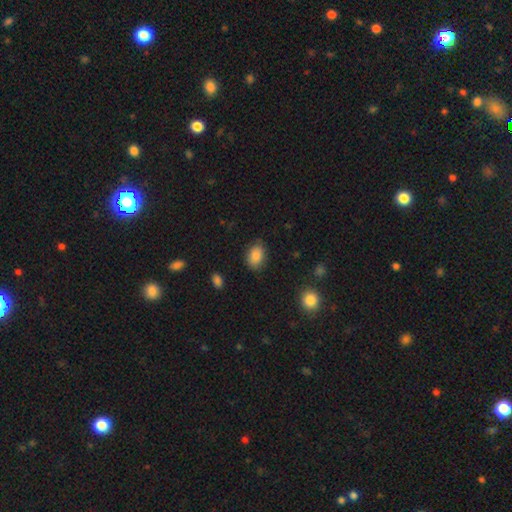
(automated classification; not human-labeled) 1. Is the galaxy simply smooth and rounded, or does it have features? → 86% smooth, 8% star or artifact, 6% featured or disk.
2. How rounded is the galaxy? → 82% in between, 16% round, 1% cigar-shaped.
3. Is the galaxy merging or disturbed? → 79% none, 16% minor disturbance, 3% major disturbance, 1% merger.